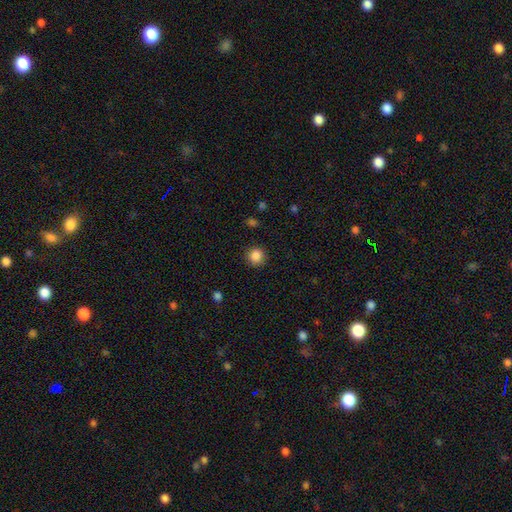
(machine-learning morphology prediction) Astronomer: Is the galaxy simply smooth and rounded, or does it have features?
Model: smooth — 86%.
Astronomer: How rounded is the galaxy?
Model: round — 93%.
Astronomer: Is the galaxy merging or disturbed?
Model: none — 89%.